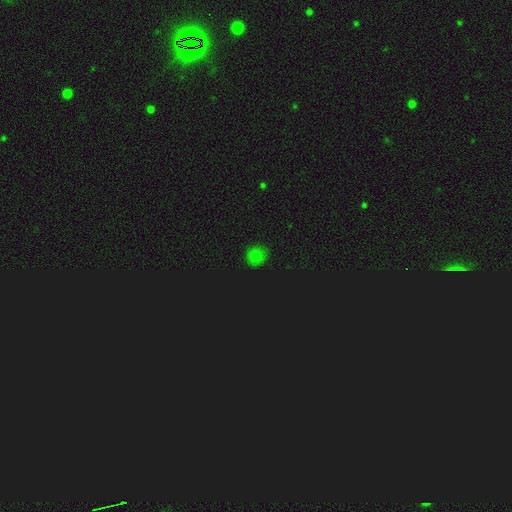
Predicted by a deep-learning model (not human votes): Smooth or featured: smooth — 69% (star or artifact — 27%)
How rounded: round — 86% (in between — 13%)
Merging: none — 86% (minor disturbance — 10%)